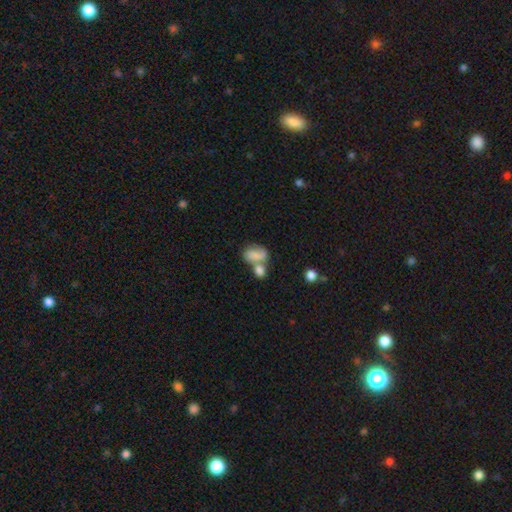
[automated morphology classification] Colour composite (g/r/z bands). It shows a smooth galaxy with no disk features (71%) that is in between round and cigar-shaped (84%). Merging: merger (53%).